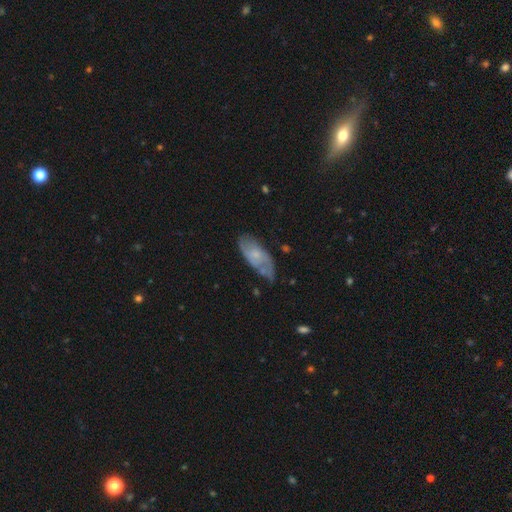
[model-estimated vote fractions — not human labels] Smooth or featured: featured or disk — 54% (smooth — 39%)
Edge-on disk: no — 88% (yes — 12%)
Merging: none — 58% (minor disturbance — 29%)